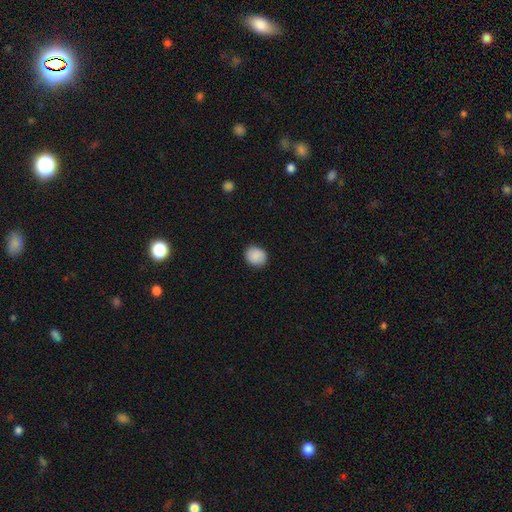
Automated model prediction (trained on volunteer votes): The model was most divided on "how rounded": round: 74%, in between: 25%, cigar-shaped: 1%. More confident: merging — none (88%); smooth or featured — smooth (88%).